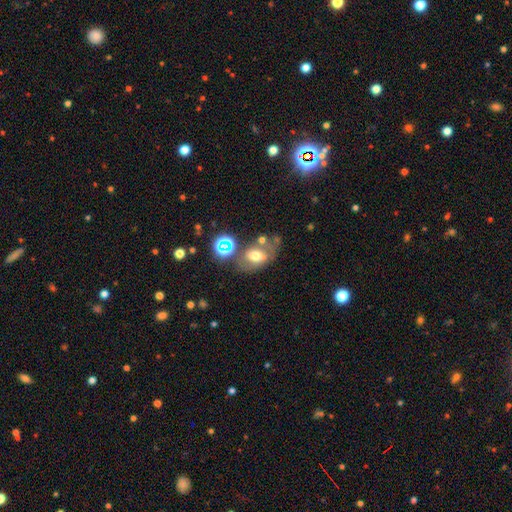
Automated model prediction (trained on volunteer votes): Overall: smooth (53%; featured or disk 31%). How rounded: in between (74%). Merging: none (51%; minor disturbance 19%).